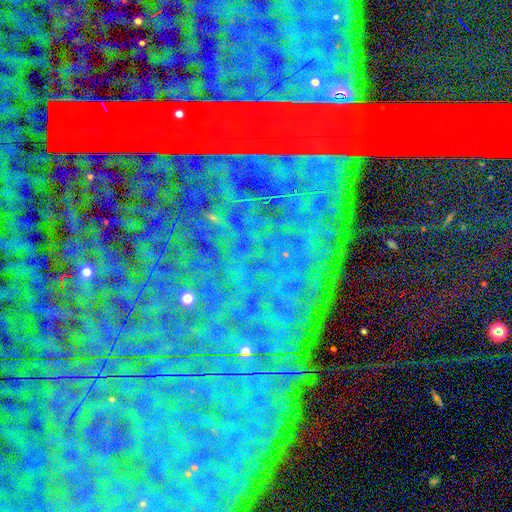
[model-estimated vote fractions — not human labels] Smooth or featured? Predicted: star or artifact (p=0.88).